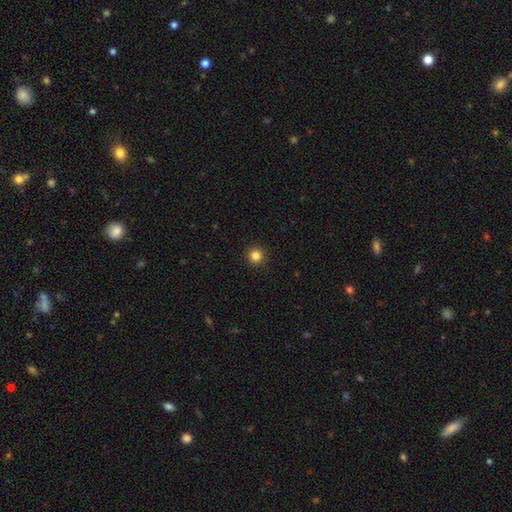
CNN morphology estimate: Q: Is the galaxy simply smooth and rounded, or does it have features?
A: smooth — 84%.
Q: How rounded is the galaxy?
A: round — 96%.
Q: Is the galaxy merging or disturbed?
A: none — 93%.